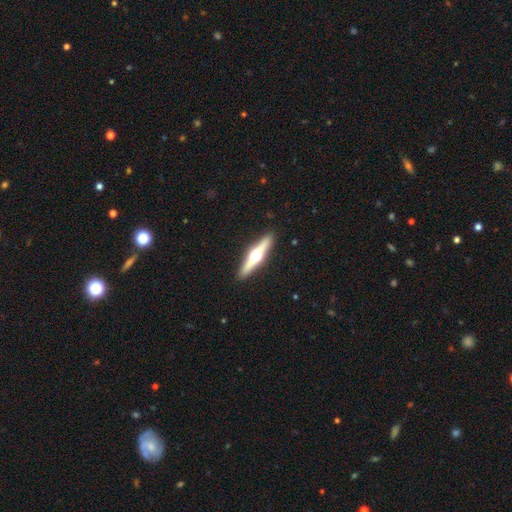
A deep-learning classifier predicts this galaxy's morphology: Overall: featured or disk (71%). Edge-on disk: yes (97%). Edge-on bulge: rounded (96%). Merging: none (91%).